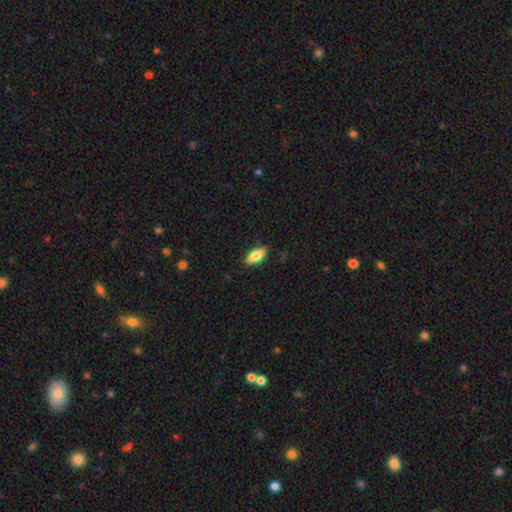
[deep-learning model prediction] smooth_or_featured: smooth (p=0.75) [alt: featured or disk p=0.18]
how_rounded: in between (p=0.78) [alt: cigar-shaped p=0.20]
merging: none (p=0.86) [alt: minor disturbance p=0.11]